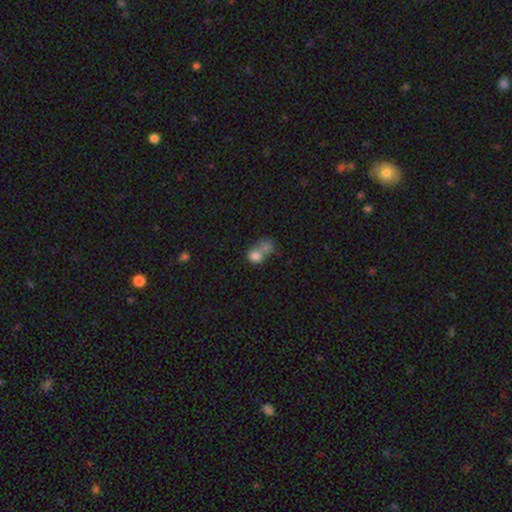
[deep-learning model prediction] Overall: smooth (75%). How rounded: round (61%; in between 37%). Merging: merger (61%; none 22%).